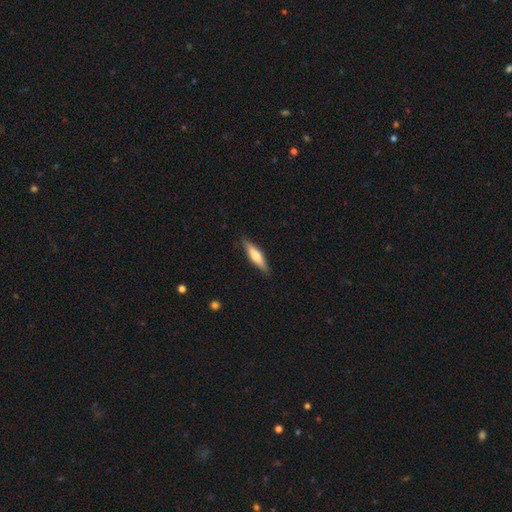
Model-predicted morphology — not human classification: smooth 59%, featured or disk 36%, star or artifact 6%. Down the decision tree: how rounded — cigar-shaped (74%); merging — none (87%).